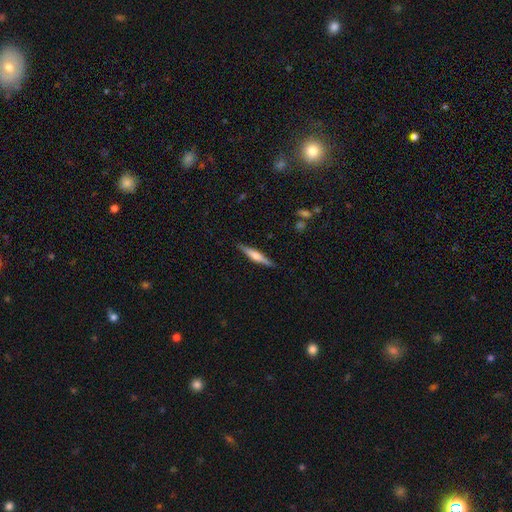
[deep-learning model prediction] The model was most divided on "smooth or featured": featured or disk: 57%, smooth: 37%, star or artifact: 6%. More confident: edge-on disk — yes (97%); merging — none (89%); edge-on bulge — rounded (72%).